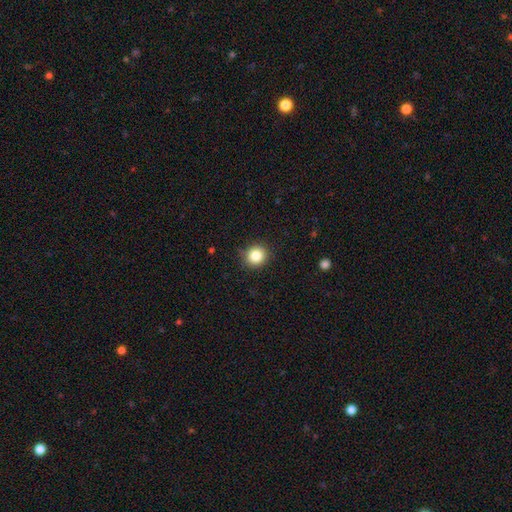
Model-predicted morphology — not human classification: smooth 84%, star or artifact 11%, featured or disk 5%. Down the decision tree: how rounded — round (89%); merging — none (88%).